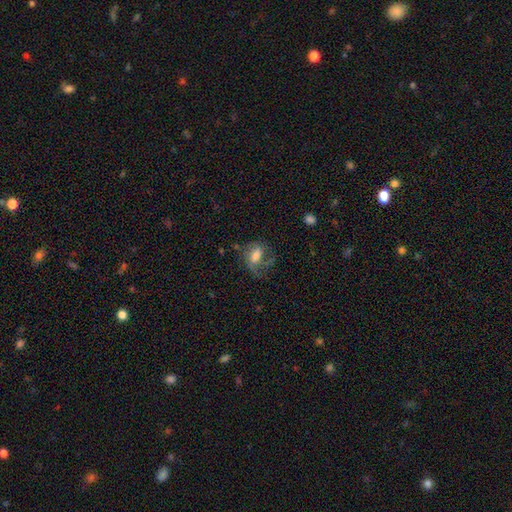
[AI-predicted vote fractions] smooth_or_featured: featured or disk (p=0.51) [alt: smooth p=0.39]
disk_edge_on: no (p=0.96) [alt: yes p=0.04]
merging: none (p=0.42) [alt: major disturbance p=0.32]